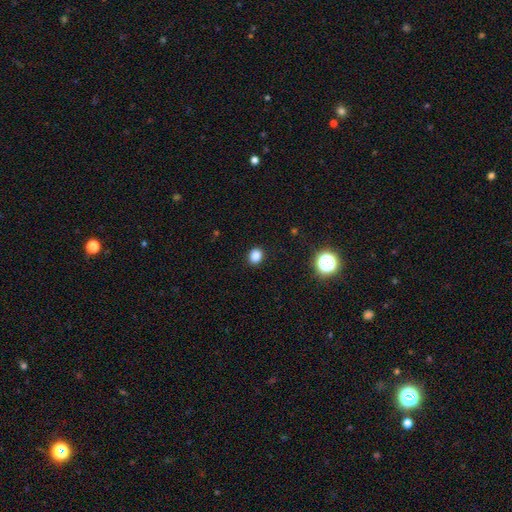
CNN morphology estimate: type=smooth (84%); roundness=round (61%); merging=none (90%).